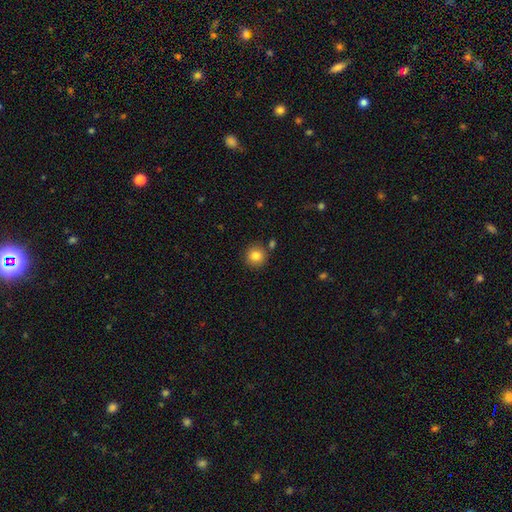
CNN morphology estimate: smooth_or_featured: smooth (p=0.83) [alt: star or artifact p=0.10]
how_rounded: round (p=0.93) [alt: in between p=0.06]
merging: none (p=0.84) [alt: minor disturbance p=0.08]